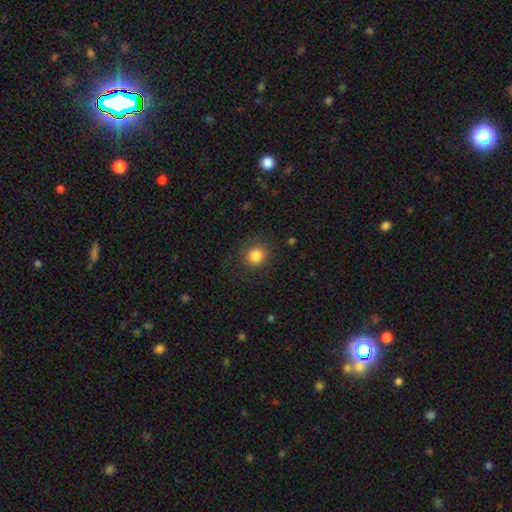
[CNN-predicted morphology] Smooth or featured?
  - smooth: 84% *
  - star or artifact: 11%
  - featured or disk: 5%
How rounded?
  - round: 88% *
  - in between: 11%
  - cigar-shaped: 1%
Merging?
  - none: 84% *
  - minor disturbance: 10%
  - major disturbance: 4%
  - merger: 1%